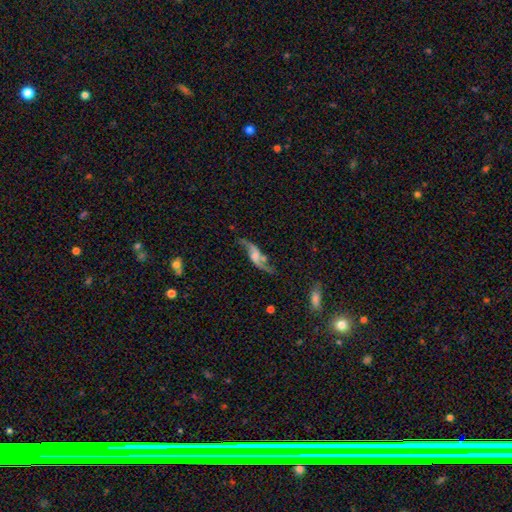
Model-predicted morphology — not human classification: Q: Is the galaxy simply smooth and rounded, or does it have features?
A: featured or disk — 83%.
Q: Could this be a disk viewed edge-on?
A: no — 91%.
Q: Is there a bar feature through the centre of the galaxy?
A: no — 45%.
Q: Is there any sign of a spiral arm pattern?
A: yes — 94%.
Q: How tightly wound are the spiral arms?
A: loose — 88%.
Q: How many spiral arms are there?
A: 2 — 92%.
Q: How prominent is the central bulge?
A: none — 35%.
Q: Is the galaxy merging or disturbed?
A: none — 62%.